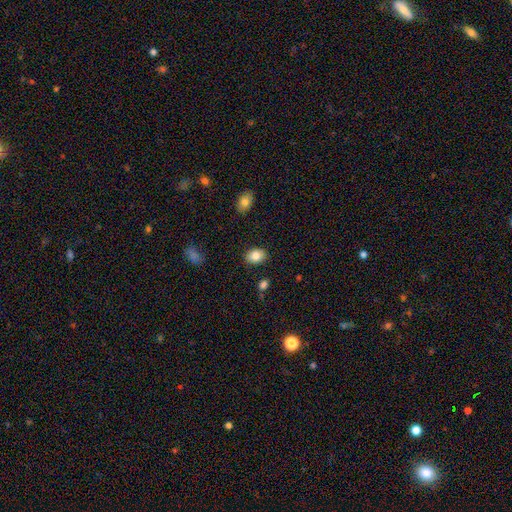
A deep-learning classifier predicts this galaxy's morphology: The model was most divided on "how rounded": in between: 70%, round: 29%, cigar-shaped: 1%. More confident: merging — none (87%); smooth or featured — smooth (83%).